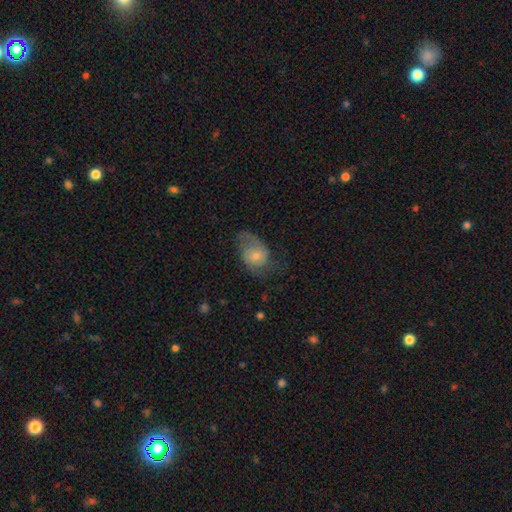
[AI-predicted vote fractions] This is possibly a featured or disk galaxy (58%). It is clearly not viewed edge-on (96%). Bar: likely no (60%). Spiral arm pattern: clearly yes (84%). Central bulge: possibly small (56%). Merging: possibly none (51%).